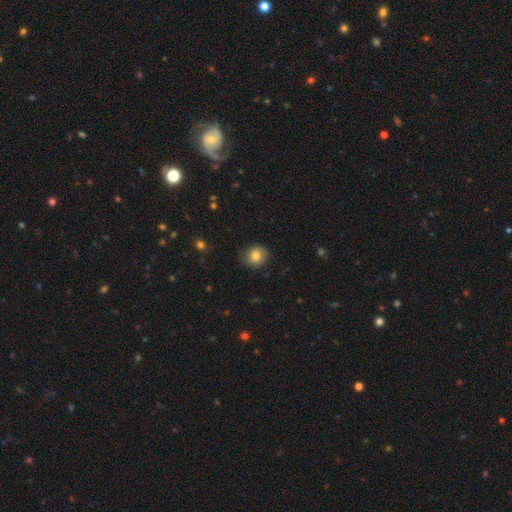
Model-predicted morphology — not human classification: Smooth or featured?
  - smooth: 80% *
  - star or artifact: 10%
  - featured or disk: 10%
How rounded?
  - round: 81% *
  - in between: 18%
  - cigar-shaped: 1%
Merging?
  - none: 83% *
  - minor disturbance: 13%
  - major disturbance: 3%
  - merger: 1%